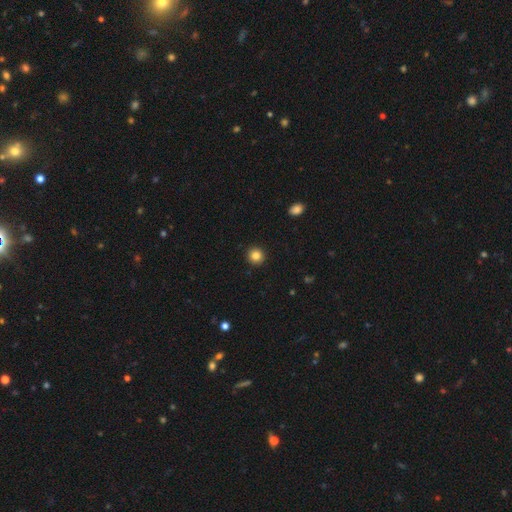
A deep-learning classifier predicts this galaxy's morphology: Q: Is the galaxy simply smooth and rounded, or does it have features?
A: smooth — 85%.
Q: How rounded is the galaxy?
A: round — 94%.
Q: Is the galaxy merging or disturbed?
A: none — 93%.